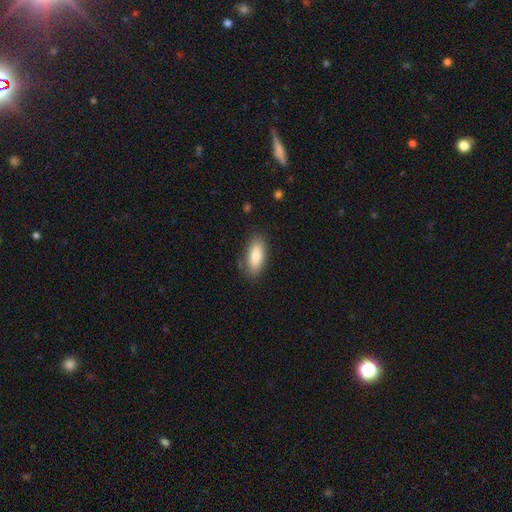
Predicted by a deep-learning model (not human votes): Overall: smooth (83%). How rounded: in between (83%). Merging: none (80%).